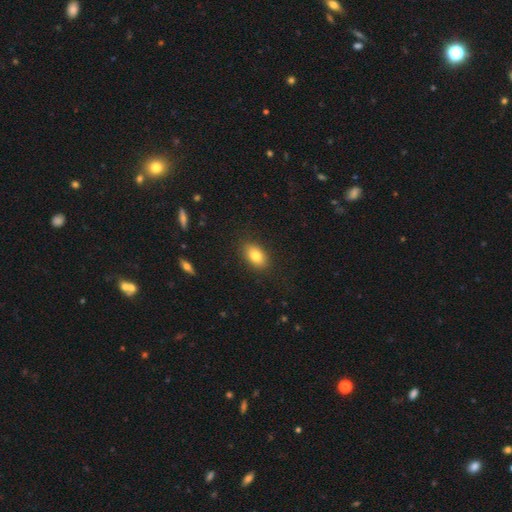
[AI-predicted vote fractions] smooth_or_featured: smooth (p=0.81) [alt: featured or disk p=0.10]
how_rounded: in between (p=0.87) [alt: round p=0.11]
merging: none (p=0.87) [alt: minor disturbance p=0.10]